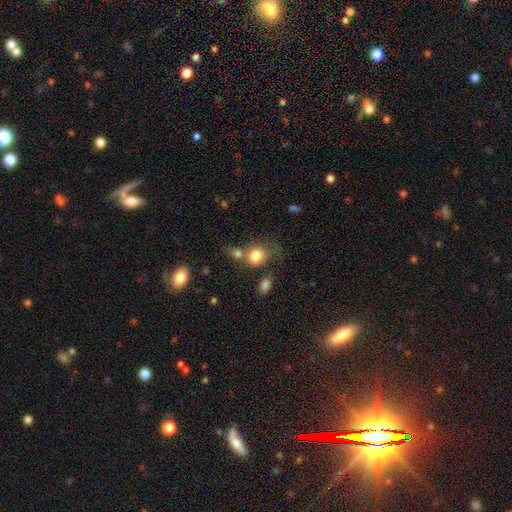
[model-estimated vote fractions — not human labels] A smooth galaxy with no disk features (80%) that is round (62%).

Vote fractions:
- Smooth or featured? smooth: 80% / featured or disk: 10% / star or artifact: 10%
- How rounded? round: 62% / in between: 37% / cigar-shaped: 1%
- Merging? none: 42% / merger: 32% / minor disturbance: 16% / major disturbance: 10%